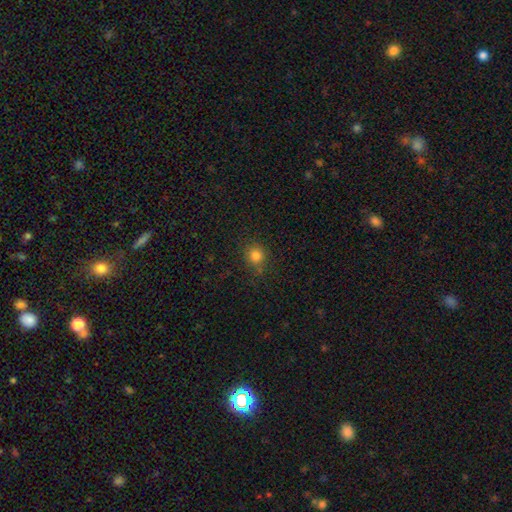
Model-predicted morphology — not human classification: smooth 81%, star or artifact 14%, featured or disk 5%. Down the decision tree: how rounded — round (87%); merging — none (80%).